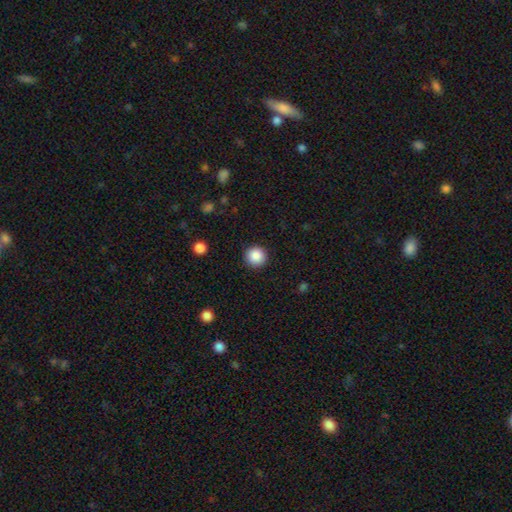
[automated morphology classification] smooth 88%, star or artifact 9%, featured or disk 3%. Down the decision tree: how rounded — round (96%); merging — none (92%).